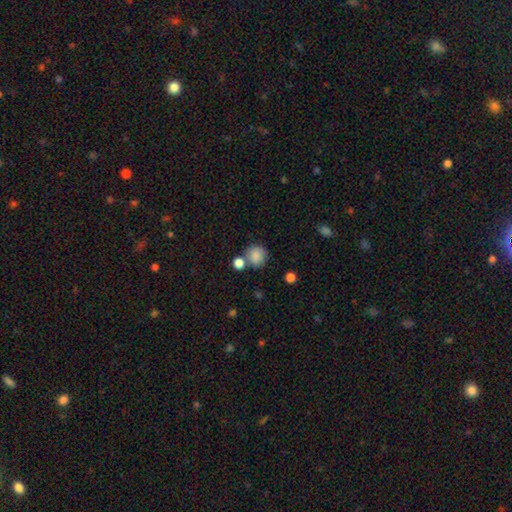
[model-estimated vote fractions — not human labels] Morphology: type=smooth (86%); roundness=round (90%); merging=none (68%).